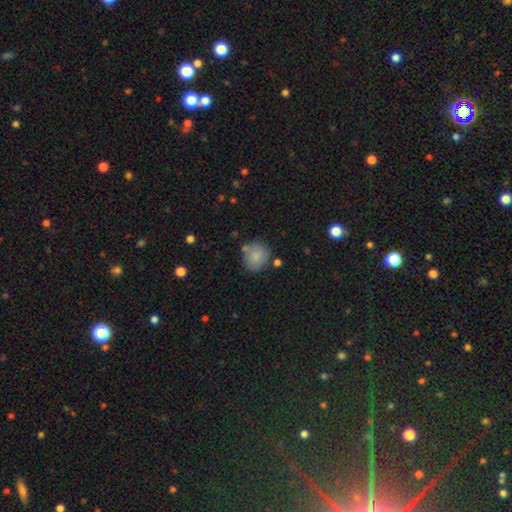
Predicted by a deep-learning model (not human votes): This is clearly a smooth galaxy (84%). How rounded: likely round (79%). Merging: likely none (69%).